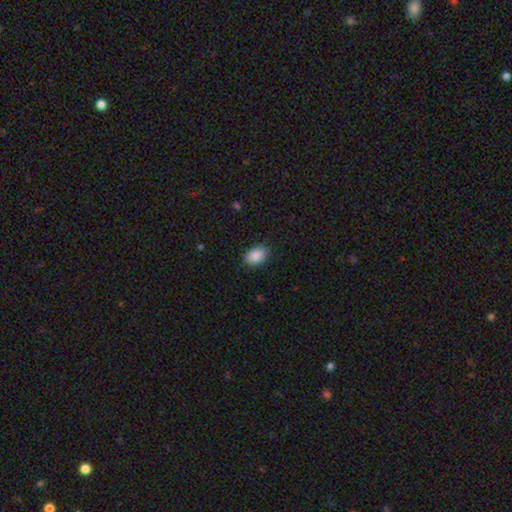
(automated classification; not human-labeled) Smooth or featured?
  - smooth: 89% *
  - star or artifact: 7%
  - featured or disk: 4%
How rounded?
  - in between: 83% *
  - round: 16%
  - cigar-shaped: 1%
Merging?
  - none: 86% *
  - minor disturbance: 11%
  - major disturbance: 2%
  - merger: 1%